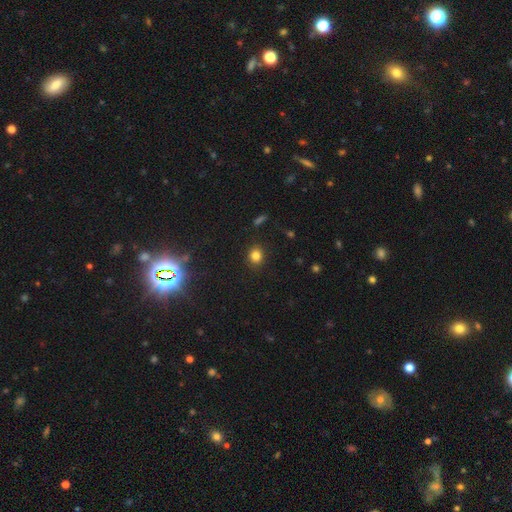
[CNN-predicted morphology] This is clearly a smooth galaxy (82%). How rounded: likely round (75%). Merging: clearly none (89%).